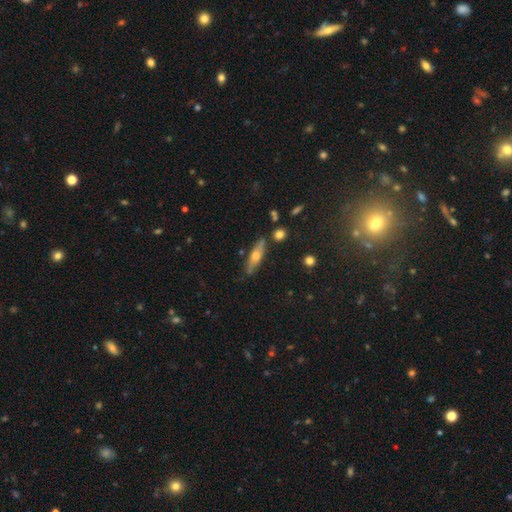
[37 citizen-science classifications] A smooth galaxy with no disk features (51%) that is in between round and cigar-shaped (47%, tied with cigar-shaped).

Vote fractions:
- Smooth or featured? smooth: 51% / featured or disk: 43% / star or artifact: 5%
- How rounded? in between: 47% (tied) / cigar-shaped: 47% (tied) / round: 5%
- Merging? none: 80% / minor disturbance: 14% / merger: 6% / major disturbance: 0%